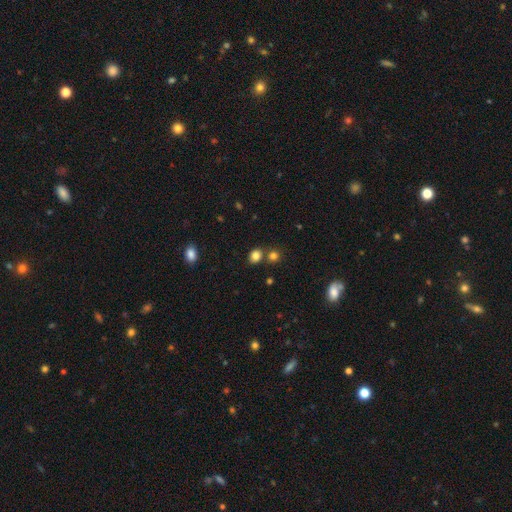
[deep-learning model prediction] Morphology: type=smooth (82%); roundness=round (55%); merging=none (68%).